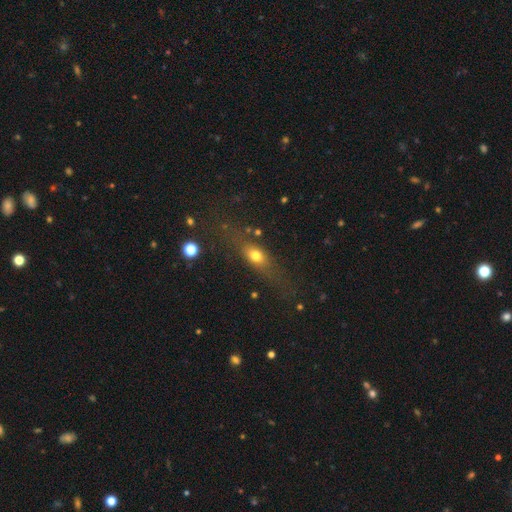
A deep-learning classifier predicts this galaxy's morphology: This is likely a smooth galaxy (64%). How rounded: possibly in between (50%). Merging: likely none (65%).